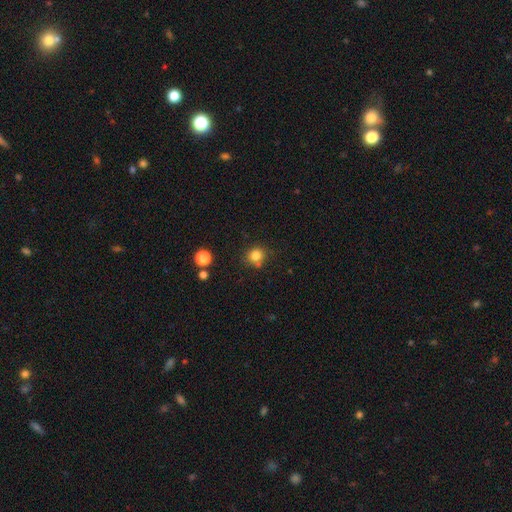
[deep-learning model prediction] Smooth or featured: smooth — 81% (star or artifact — 13%)
How rounded: round — 87% (in between — 12%)
Merging: none — 75% (minor disturbance — 13%)